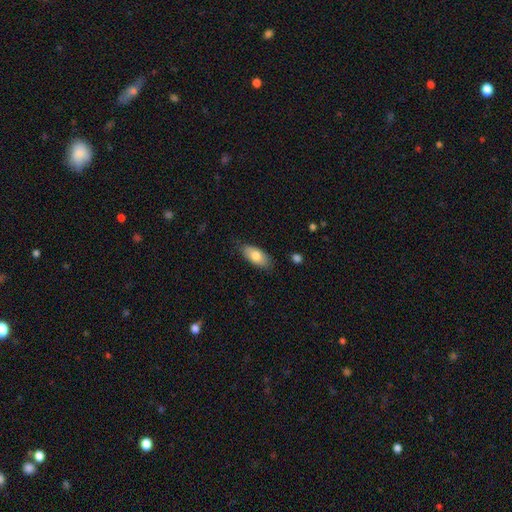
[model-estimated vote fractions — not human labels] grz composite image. It shows a smooth galaxy with no disk features (78%) that is in between round and cigar-shaped (89%). Merging: none (82%).